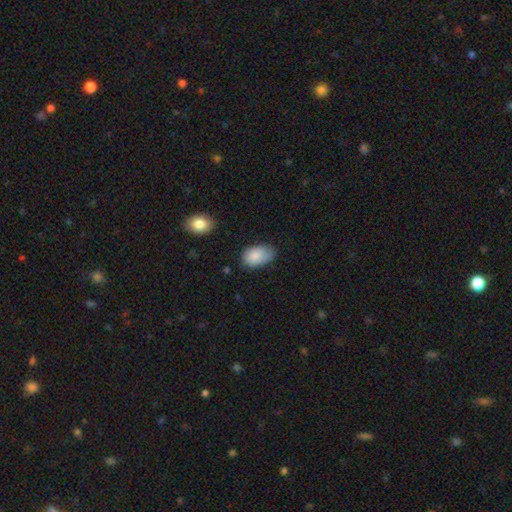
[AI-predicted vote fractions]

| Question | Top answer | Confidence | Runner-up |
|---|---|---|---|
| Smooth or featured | smooth | 85% | featured or disk (8%) |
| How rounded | in between | 91% | round (8%) |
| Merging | none | 60% | minor disturbance (32%) |